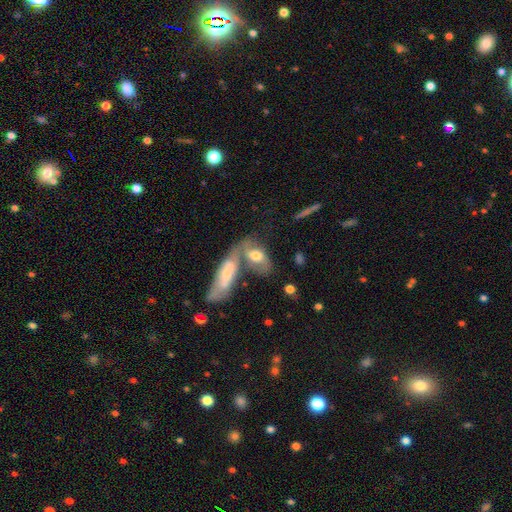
A featured or disk galaxy (54%) with a weak bar (47%), 2 (92%) medium (54%) spiral arms (68%) and a moderate central bulge (63%).

Vote fractions:
- Smooth or featured? featured or disk: 54% / smooth: 46% / star or artifact: 0%
- Edge-on disk? no: 95% / yes: 5%
- Bar? weak: 47% / no: 37% / strong: 16%
- Spiral arms? yes: 68% / no: 32%
- Spiral winding? medium: 54% / loose: 46% / tight: 0%
- Spiral arm count? 2: 92% / can't tell: 8% / 1: 0% / 3: 0% / 4: 0% / more than 4: 0%
- Bulge size? moderate: 63% / large: 32% / dominant: 5% / small: 0% / none: 0%
- Merging? merger: 68% / none: 19% / minor disturbance: 14% / major disturbance: 0%